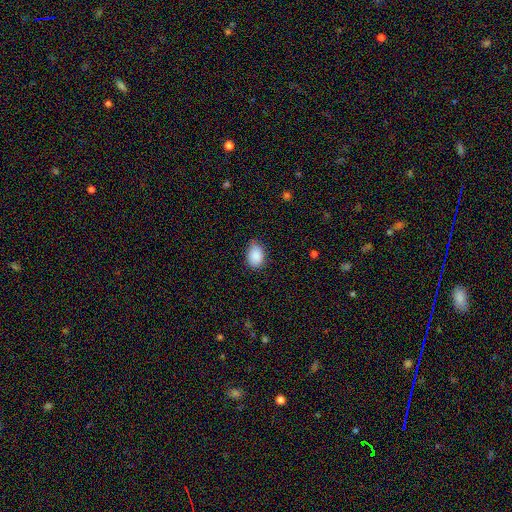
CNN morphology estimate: Smooth or featured? Predicted: smooth (p=0.89). How rounded? Predicted: in between (p=0.79). Merging? Predicted: none (p=0.72).